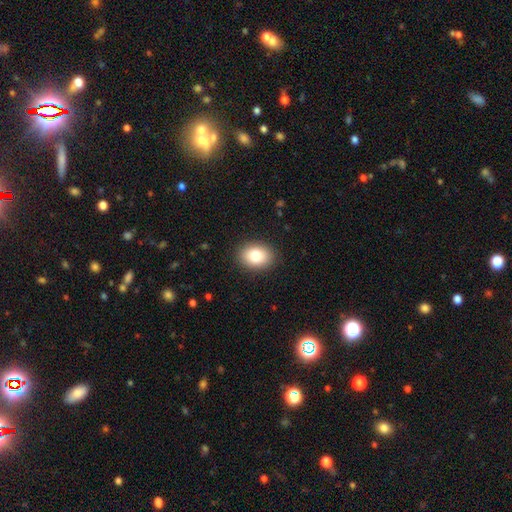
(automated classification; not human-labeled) smooth 80%, featured or disk 11%, star or artifact 9%. Down the decision tree: how rounded — in between (62%); merging — none (89%).